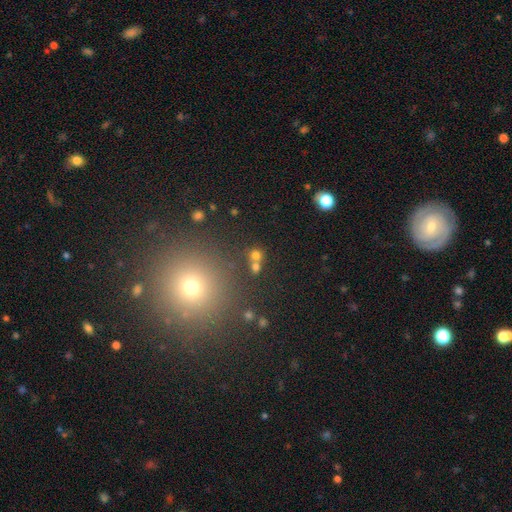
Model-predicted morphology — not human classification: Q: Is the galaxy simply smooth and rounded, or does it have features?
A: smooth — 69%.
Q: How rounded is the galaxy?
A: round — 81%.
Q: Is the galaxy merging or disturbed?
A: none — 53%.